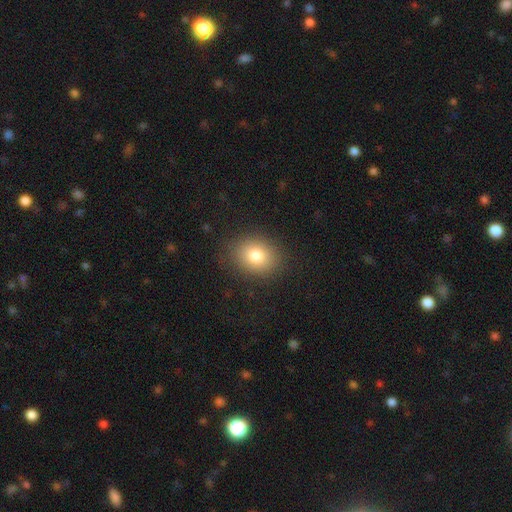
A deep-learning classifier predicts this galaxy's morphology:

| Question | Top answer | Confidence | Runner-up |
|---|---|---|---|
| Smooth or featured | smooth | 80% | star or artifact (11%) |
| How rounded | round | 52% | in between (47%) |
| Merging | none | 86% | minor disturbance (9%) |